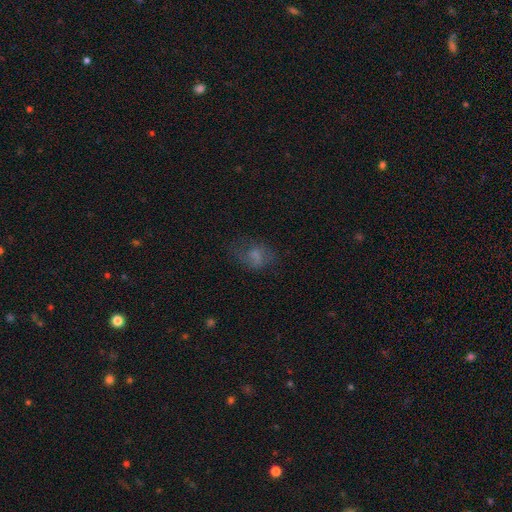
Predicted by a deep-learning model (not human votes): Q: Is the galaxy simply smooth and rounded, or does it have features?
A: smooth — 56%.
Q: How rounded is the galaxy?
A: in between — 68%.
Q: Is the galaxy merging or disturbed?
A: none — 48%.